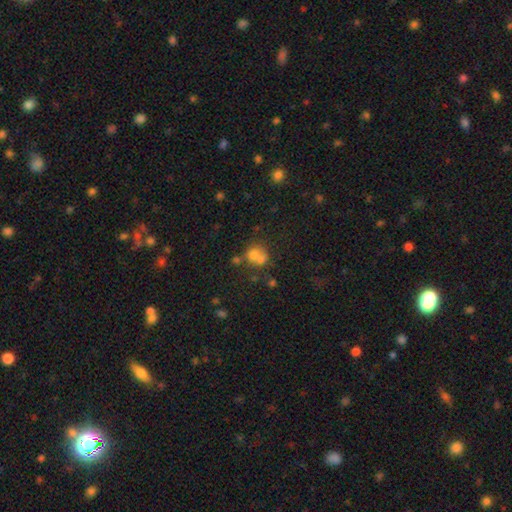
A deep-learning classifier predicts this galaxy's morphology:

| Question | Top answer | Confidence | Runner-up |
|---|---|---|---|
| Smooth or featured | smooth | 67% | featured or disk (18%) |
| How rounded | round | 75% | in between (24%) |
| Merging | merger | 48% | none (35%) |